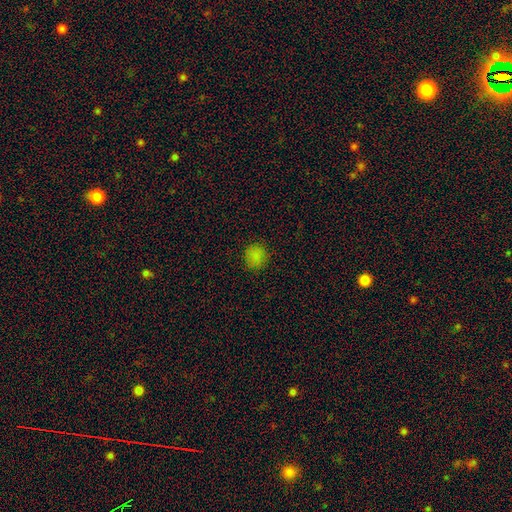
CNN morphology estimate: A smooth galaxy with no disk features (82%) that is round (87%). Merging: none (87%).